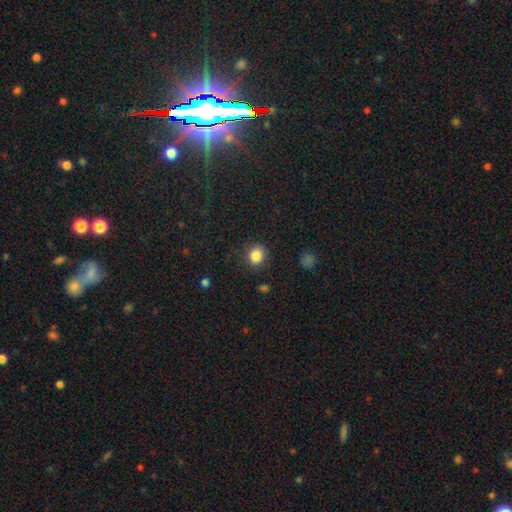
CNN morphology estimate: Smooth or featured?
  - smooth: 85% *
  - star or artifact: 10%
  - featured or disk: 5%
How rounded?
  - round: 79% *
  - in between: 20%
  - cigar-shaped: 1%
Merging?
  - none: 85% *
  - minor disturbance: 10%
  - major disturbance: 3%
  - merger: 1%